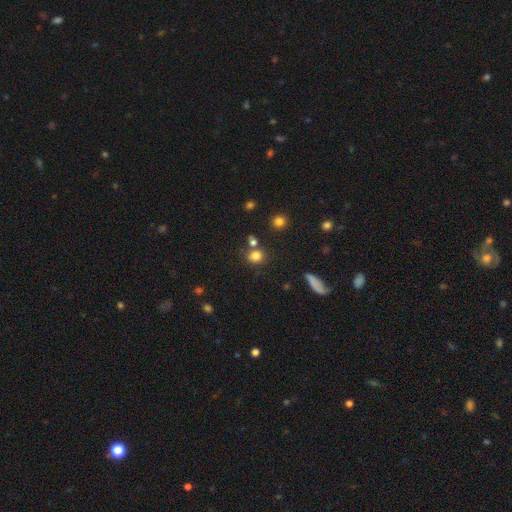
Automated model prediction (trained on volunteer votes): Morphology: type=smooth (79%); roundness=round (74%); merging=none (67%).